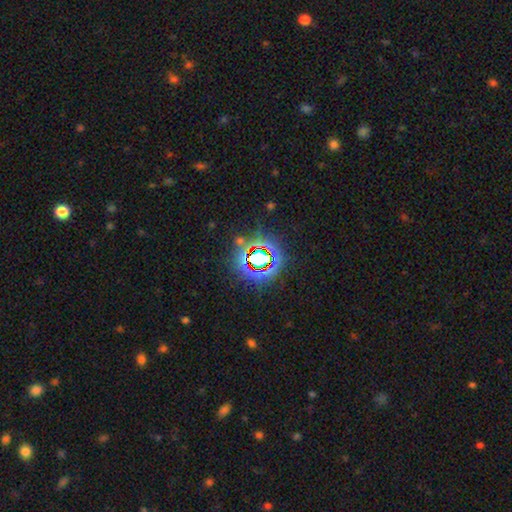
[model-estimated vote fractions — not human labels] Morphology: type=star or artifact (75%).